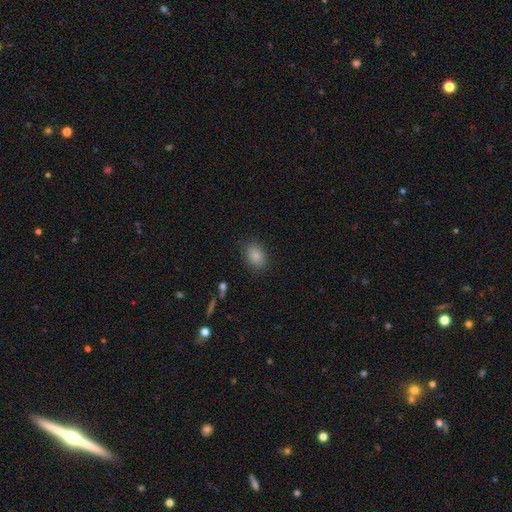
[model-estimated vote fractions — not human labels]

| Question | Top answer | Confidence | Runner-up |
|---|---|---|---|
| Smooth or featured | smooth | 85% | star or artifact (9%) |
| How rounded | in between | 62% | round (37%) |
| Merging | none | 85% | minor disturbance (10%) |